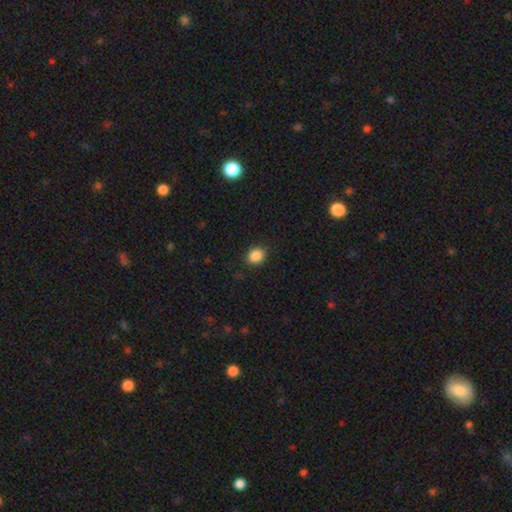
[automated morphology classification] Smooth or featured? smooth (88%)
How rounded? round (62%)
Merging? none (88%)